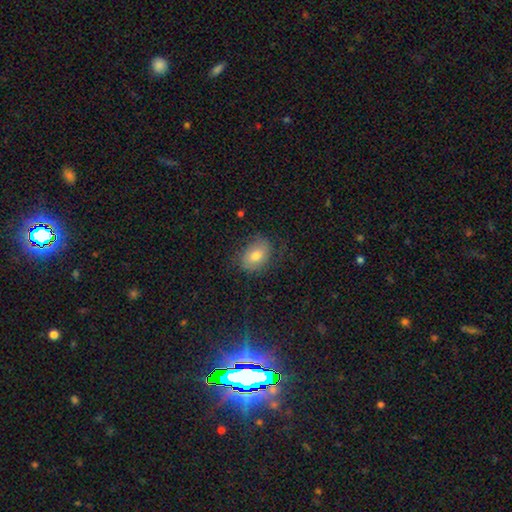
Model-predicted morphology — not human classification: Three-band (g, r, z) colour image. It shows a smooth galaxy with no disk features (71%) that is in between round and cigar-shaped (75%). Merging: none (73%).